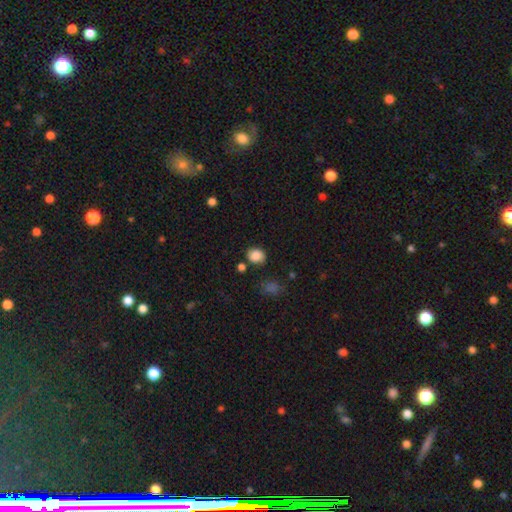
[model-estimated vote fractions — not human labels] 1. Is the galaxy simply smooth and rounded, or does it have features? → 85% smooth, 10% star or artifact, 5% featured or disk.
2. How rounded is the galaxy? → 56% round, 43% in between, 1% cigar-shaped.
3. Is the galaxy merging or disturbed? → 77% none, 14% minor disturbance, 5% merger, 4% major disturbance.